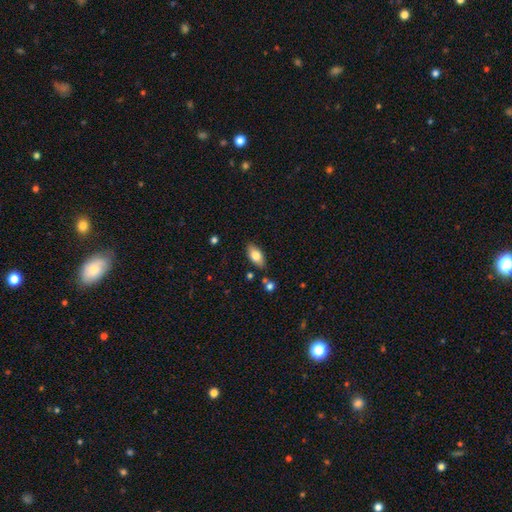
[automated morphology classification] smooth-or-featured: smooth: 76% | featured or disk: 17% | star or artifact: 7%
  how-rounded: in between: 90% | cigar-shaped: 7% | round: 3%
  merging: none: 81% | minor disturbance: 13% | merger: 4% | major disturbance: 3%